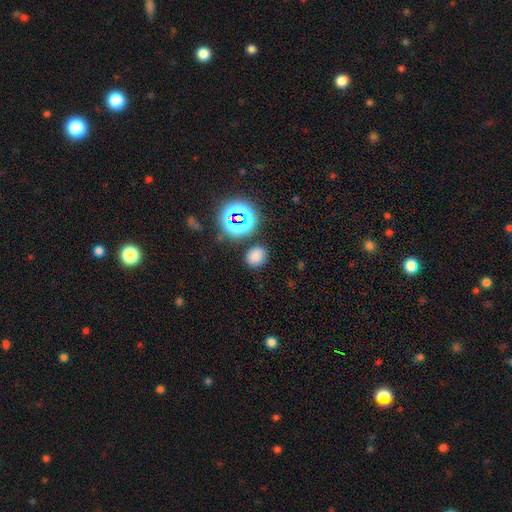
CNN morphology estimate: Smooth or featured? Predicted: smooth (p=0.73). How rounded? Predicted: round (p=0.56). Merging? Predicted: none (p=0.82).